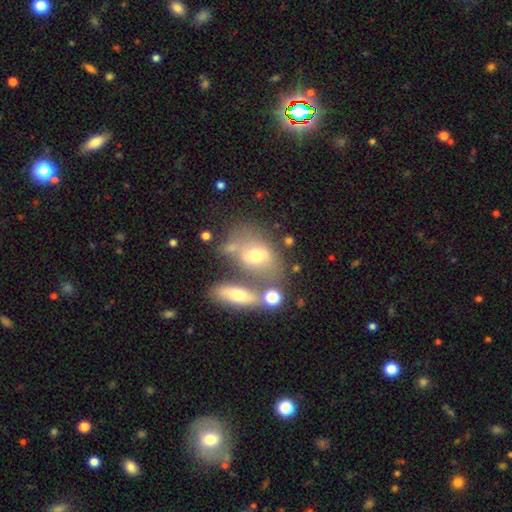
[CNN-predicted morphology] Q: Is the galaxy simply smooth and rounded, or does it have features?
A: smooth — 52%.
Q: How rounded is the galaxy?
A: in between — 72%.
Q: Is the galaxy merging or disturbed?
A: merger — 40%.